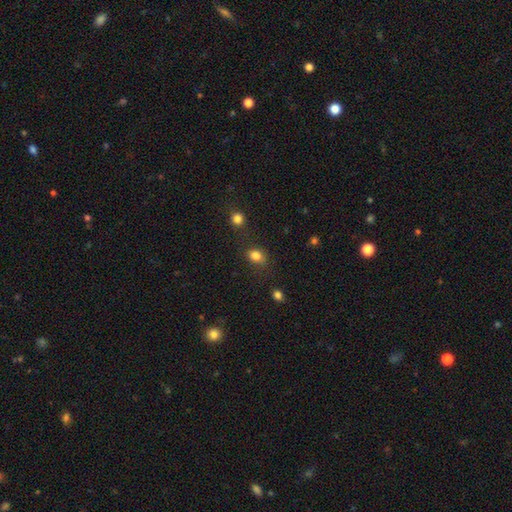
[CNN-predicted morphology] smooth-or-featured: smooth: 83% | star or artifact: 11% | featured or disk: 6%
  how-rounded: in between: 59% | round: 40% | cigar-shaped: 1%
  merging: none: 74% | minor disturbance: 16% | major disturbance: 5% | merger: 4%